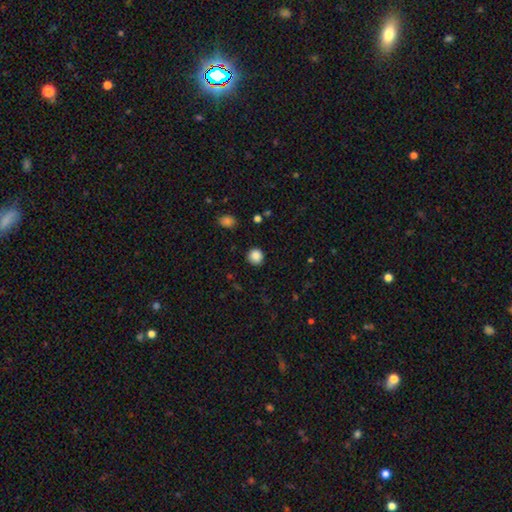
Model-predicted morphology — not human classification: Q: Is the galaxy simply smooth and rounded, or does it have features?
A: smooth — 87%.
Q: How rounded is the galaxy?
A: round — 93%.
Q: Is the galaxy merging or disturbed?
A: none — 91%.